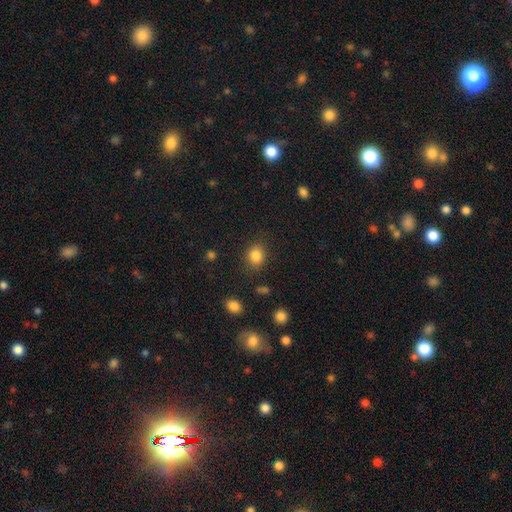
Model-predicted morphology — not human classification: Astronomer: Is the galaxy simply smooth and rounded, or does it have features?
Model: smooth — 84%.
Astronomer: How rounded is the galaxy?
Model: round — 69%.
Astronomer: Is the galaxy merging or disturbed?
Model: none — 83%.